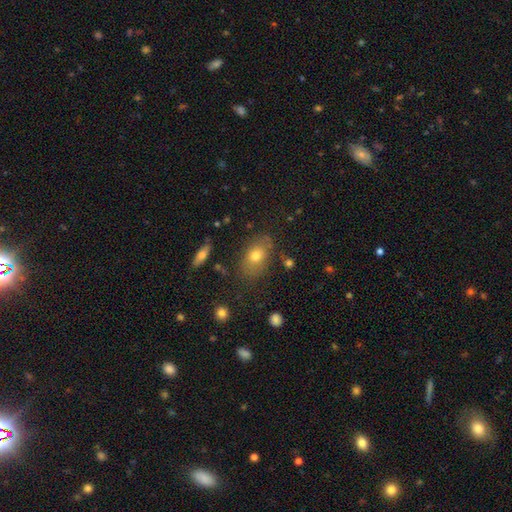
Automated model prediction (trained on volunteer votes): A smooth galaxy with no disk features (67%) that is in between round and cigar-shaped (81%).

Vote fractions:
- Smooth or featured? smooth: 67% / featured or disk: 21% / star or artifact: 13%
- How rounded? in between: 81% / round: 16% / cigar-shaped: 2%
- Merging? none: 75% / minor disturbance: 17% / major disturbance: 5% / merger: 3%